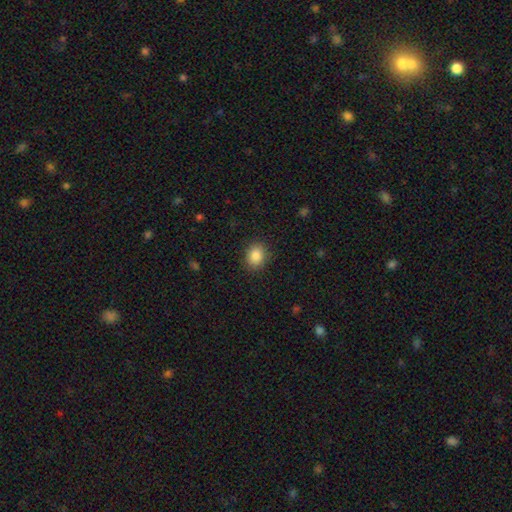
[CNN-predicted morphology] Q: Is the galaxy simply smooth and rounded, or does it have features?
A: smooth — 87%.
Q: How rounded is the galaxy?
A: in between — 50%.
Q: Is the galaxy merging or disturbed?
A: none — 88%.